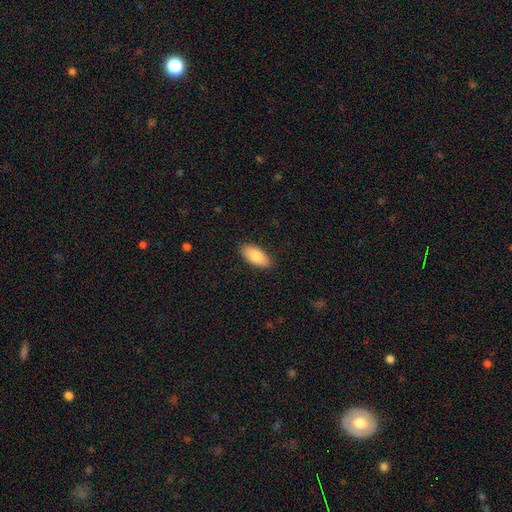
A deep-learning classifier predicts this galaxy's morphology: Q: Smooth or featured?
A: smooth (84%); runner-up: featured or disk (10%)
Q: How rounded?
A: in between (92%); runner-up: cigar-shaped (6%)
Q: Merging?
A: none (88%); runner-up: minor disturbance (10%)